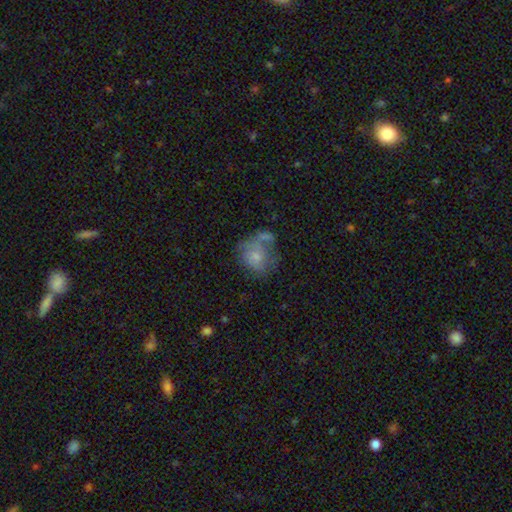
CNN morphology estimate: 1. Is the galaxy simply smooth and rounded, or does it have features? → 56% smooth, 35% featured or disk, 9% star or artifact.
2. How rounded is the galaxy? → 64% round, 35% in between, 1% cigar-shaped.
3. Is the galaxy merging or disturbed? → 32% none, 25% merger, 22% major disturbance, 21% minor disturbance.